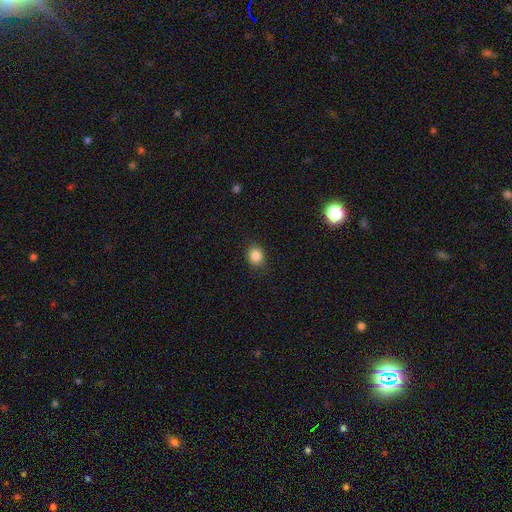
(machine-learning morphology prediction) Smooth or featured?
  - smooth: 86% *
  - star or artifact: 10%
  - featured or disk: 4%
How rounded?
  - round: 63% *
  - in between: 36%
  - cigar-shaped: 1%
Merging?
  - none: 86% *
  - minor disturbance: 10%
  - major disturbance: 3%
  - merger: 1%